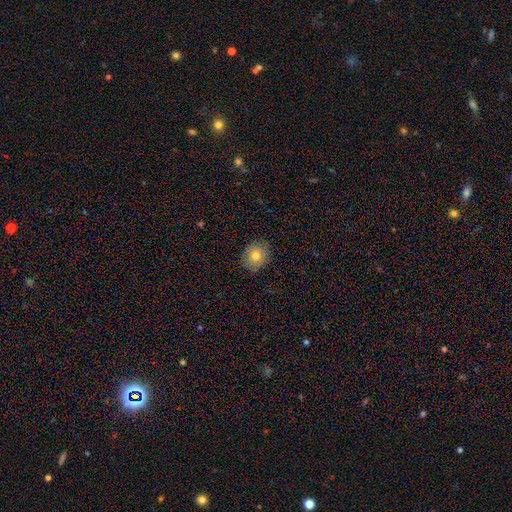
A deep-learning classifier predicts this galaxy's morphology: The model was most divided on "how rounded": round: 66%, in between: 33%, cigar-shaped: 1%. More confident: merging — none (84%); smooth or featured — smooth (75%).